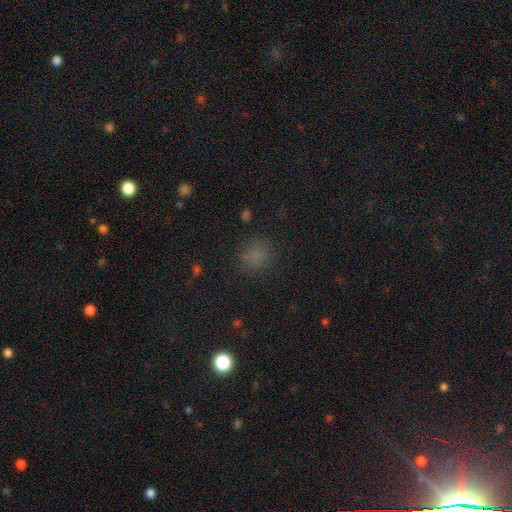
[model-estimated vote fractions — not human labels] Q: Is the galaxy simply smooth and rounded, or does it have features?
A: smooth — 72%.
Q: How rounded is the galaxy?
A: round — 79%.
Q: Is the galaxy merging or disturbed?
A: none — 80%.